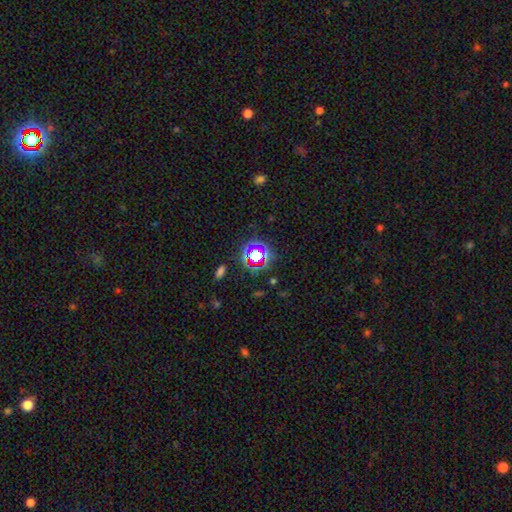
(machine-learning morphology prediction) This is likely a star or artifact rather than a galaxy (64%).